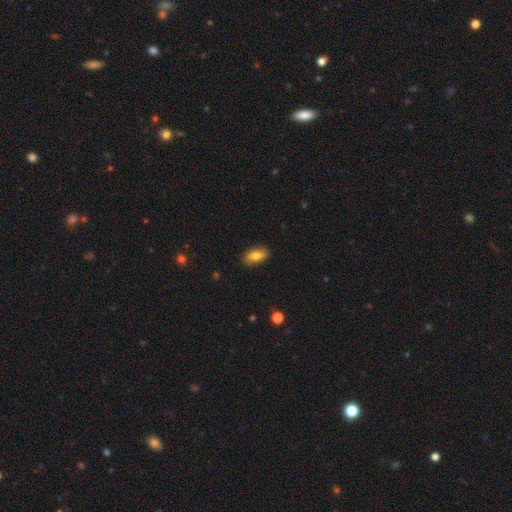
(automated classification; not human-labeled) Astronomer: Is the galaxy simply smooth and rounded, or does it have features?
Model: smooth — 75%.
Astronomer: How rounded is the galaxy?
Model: in between — 87%.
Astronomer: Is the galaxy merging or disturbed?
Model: none — 87%.